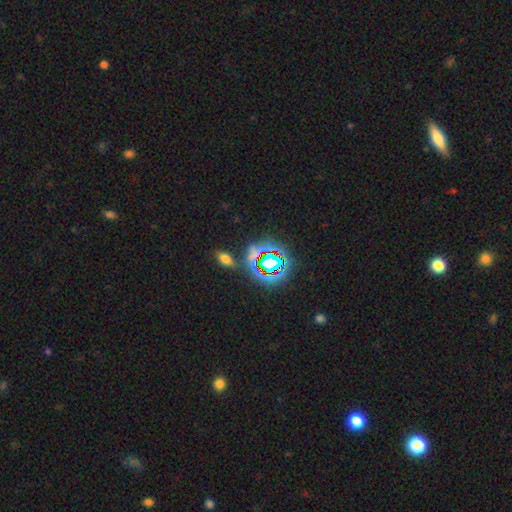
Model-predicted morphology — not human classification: type=star or artifact (61%).